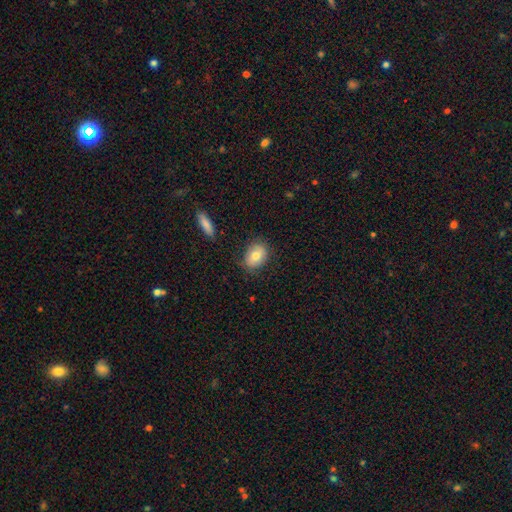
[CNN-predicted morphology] Smooth or featured?
  - smooth: 78% *
  - featured or disk: 15%
  - star or artifact: 8%
How rounded?
  - in between: 71% *
  - round: 28%
  - cigar-shaped: 1%
Merging?
  - none: 80% *
  - minor disturbance: 15%
  - major disturbance: 3%
  - merger: 2%